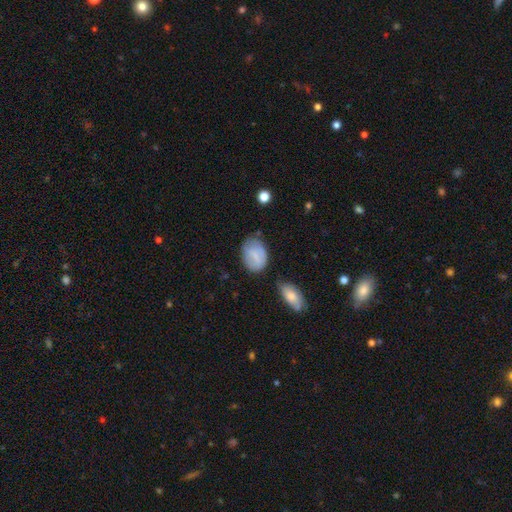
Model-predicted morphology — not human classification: A smooth galaxy with no disk features (67%) that is in between round and cigar-shaped (78%). Merging: none (59%).